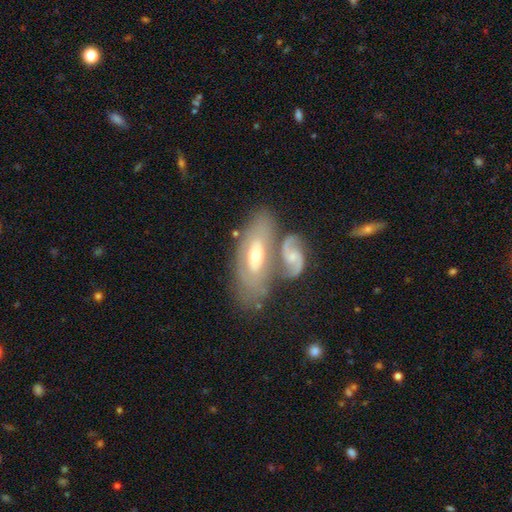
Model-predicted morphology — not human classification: This is likely a featured or disk galaxy (68%). It is clearly not viewed edge-on (84%). Bar: possibly no (55%). Spiral arm pattern: likely yes (72%). Central bulge: possibly moderate (57%). Merging: marginally none (43%).